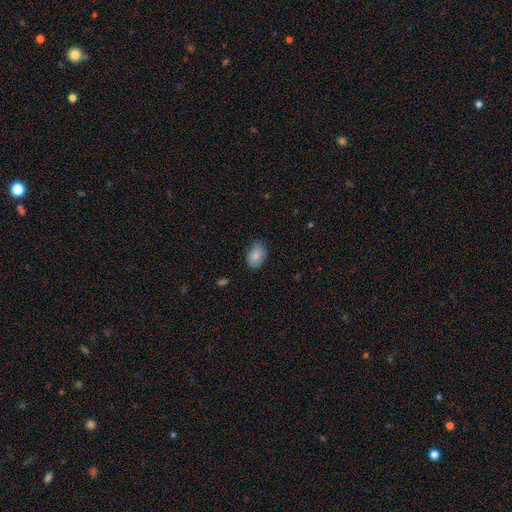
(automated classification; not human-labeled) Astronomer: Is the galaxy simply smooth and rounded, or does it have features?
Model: smooth — 85%.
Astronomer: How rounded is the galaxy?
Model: in between — 84%.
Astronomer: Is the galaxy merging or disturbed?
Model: none — 78%.